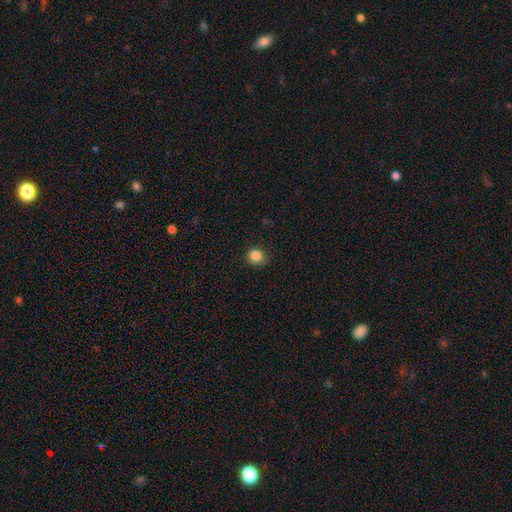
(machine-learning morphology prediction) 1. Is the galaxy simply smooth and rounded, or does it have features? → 86% smooth, 11% star or artifact, 3% featured or disk.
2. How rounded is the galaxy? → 84% round, 15% in between, 1% cigar-shaped.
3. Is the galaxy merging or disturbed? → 87% none, 10% minor disturbance, 2% major disturbance, 1% merger.